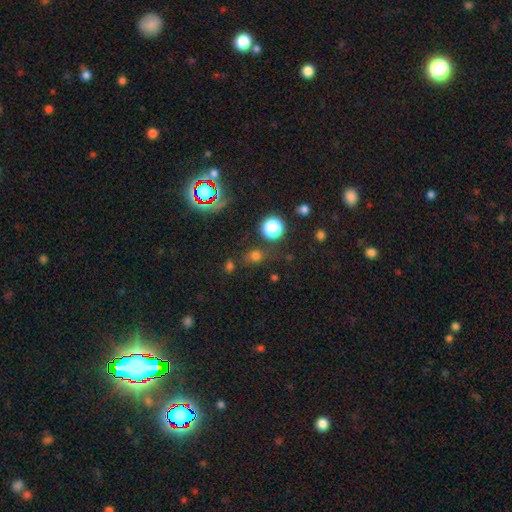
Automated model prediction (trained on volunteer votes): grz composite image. It shows a smooth galaxy with no disk features (65%) that is round (69%). Merging: none (74%).